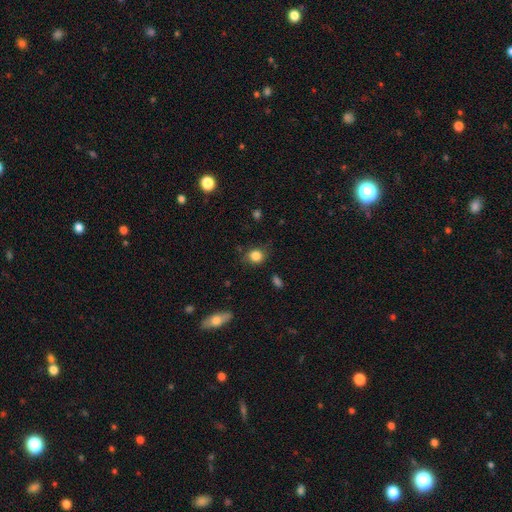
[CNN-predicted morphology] smooth_or_featured: smooth (p=0.84) [alt: star or artifact p=0.10]
how_rounded: round (p=0.72) [alt: in between p=0.26]
merging: none (p=0.75) [alt: minor disturbance p=0.19]